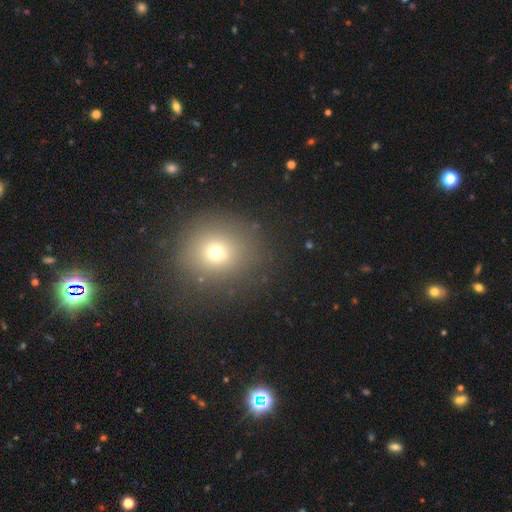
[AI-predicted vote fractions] Smooth or featured?
  - smooth: 59% *
  - star or artifact: 31%
  - featured or disk: 10%
How rounded?
  - round: 87% *
  - in between: 11%
  - cigar-shaped: 1%
Merging?
  - none: 88% *
  - minor disturbance: 7%
  - major disturbance: 3%
  - merger: 2%